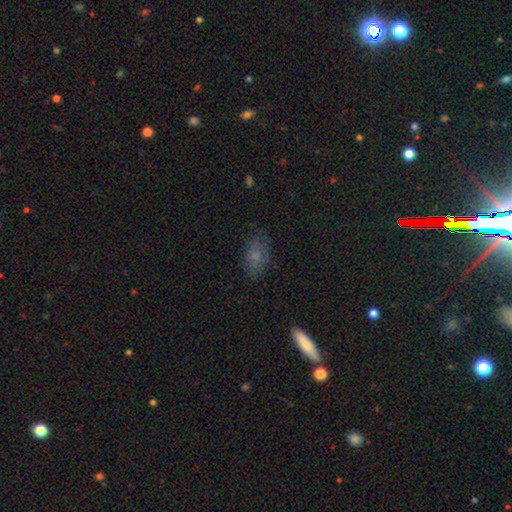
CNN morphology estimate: smooth 68%, featured or disk 20%, star or artifact 12%. Down the decision tree: how rounded — in between (87%); merging — none (76%).